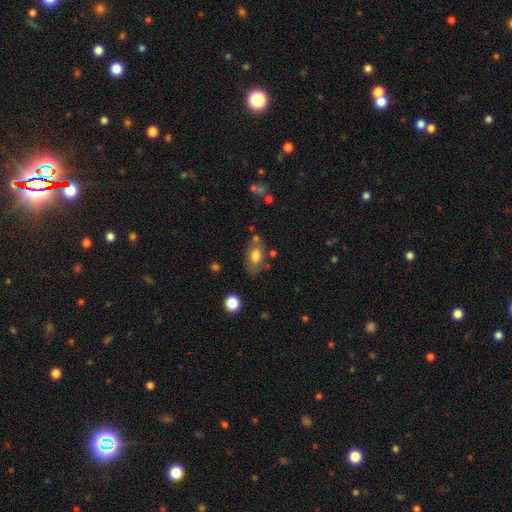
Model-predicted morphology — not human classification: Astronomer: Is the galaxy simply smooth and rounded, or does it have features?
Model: smooth — 72%.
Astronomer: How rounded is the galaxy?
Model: in between — 83%.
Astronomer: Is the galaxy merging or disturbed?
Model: none — 60%.